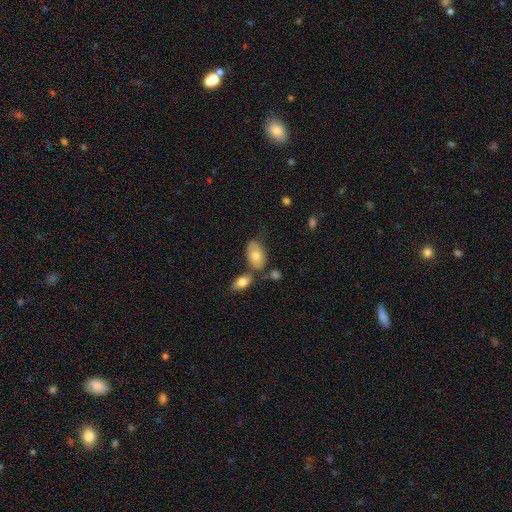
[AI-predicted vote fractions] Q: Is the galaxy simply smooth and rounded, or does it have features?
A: smooth — 72%.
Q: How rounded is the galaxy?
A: in between — 92%.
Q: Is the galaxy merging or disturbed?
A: none — 50%.